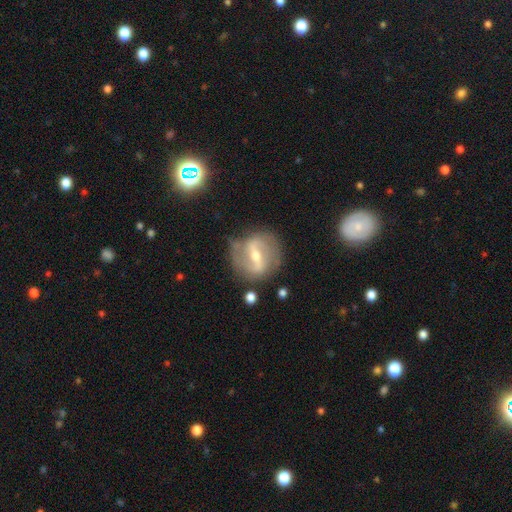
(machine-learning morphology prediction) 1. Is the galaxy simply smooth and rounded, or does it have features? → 82% featured or disk, 12% smooth, 6% star or artifact.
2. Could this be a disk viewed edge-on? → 94% no, 6% yes.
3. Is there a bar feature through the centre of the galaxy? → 58% strong, 32% weak, 10% no.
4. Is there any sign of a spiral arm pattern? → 85% yes, 15% no.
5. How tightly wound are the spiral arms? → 44% medium, 34% loose, 23% tight.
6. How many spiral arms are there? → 84% 2, 8% can't tell, 3% 1, 2% 3, 1% 4, 1% more than 4.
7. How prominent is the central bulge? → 53% moderate, 42% small, 2% large, 1% none, 1% dominant.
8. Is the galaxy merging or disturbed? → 74% none, 17% minor disturbance, 7% major disturbance, 3% merger.